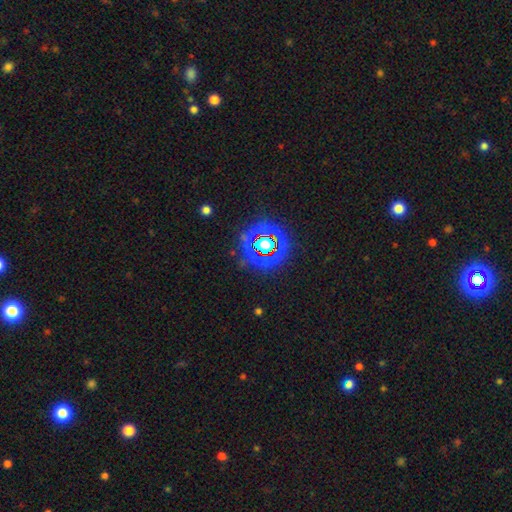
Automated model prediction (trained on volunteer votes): Q: Smooth or featured?
A: star or artifact (67%); runner-up: smooth (21%)